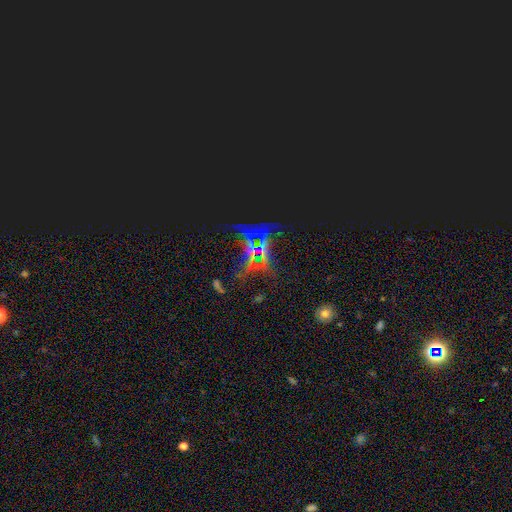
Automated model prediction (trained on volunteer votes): The model was most divided on "smooth or featured": star or artifact: 70%, smooth: 15%, featured or disk: 15%.